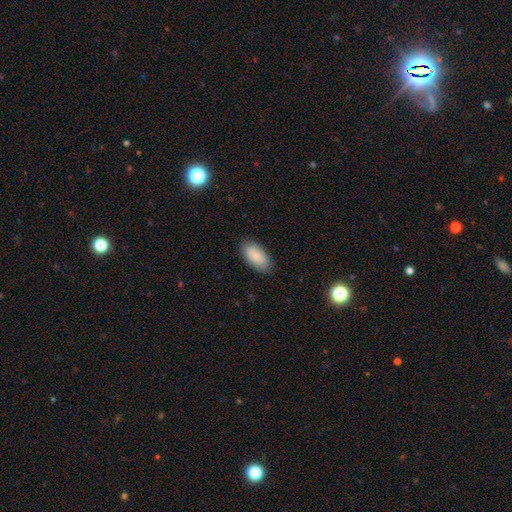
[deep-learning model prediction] Morphology: type=smooth (90%); roundness=in between (94%); merging=none (87%).